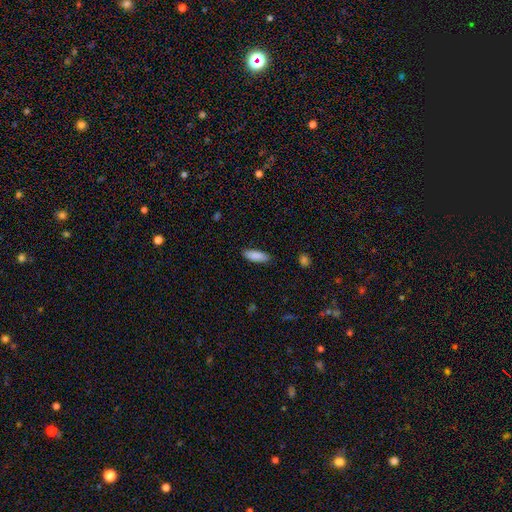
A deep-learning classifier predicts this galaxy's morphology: The model was most divided on "how rounded": in between: 61%, cigar-shaped: 37%, round: 2%. More confident: smooth or featured — smooth (89%); merging — none (85%).